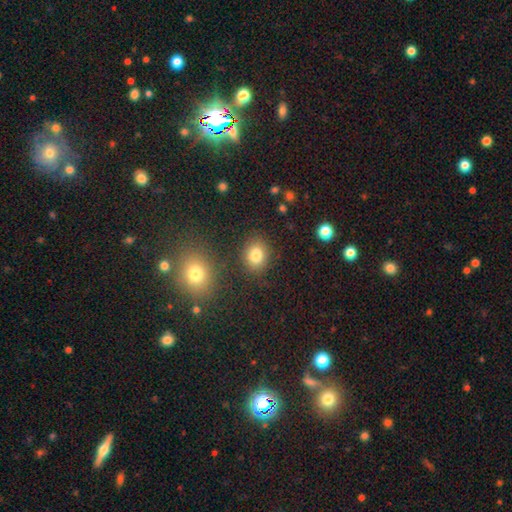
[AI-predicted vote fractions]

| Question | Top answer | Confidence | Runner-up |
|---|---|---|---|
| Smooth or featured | smooth | 81% | star or artifact (11%) |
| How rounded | round | 56% | in between (43%) |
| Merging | none | 83% | minor disturbance (10%) |